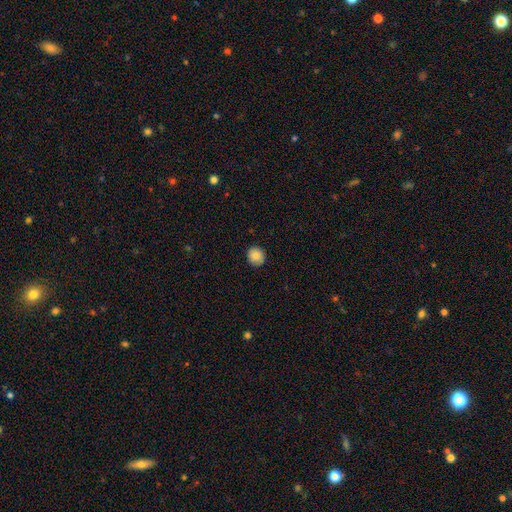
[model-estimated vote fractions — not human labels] The model was most divided on "smooth or featured": smooth: 86%, star or artifact: 9%, featured or disk: 5%. More confident: merging — none (89%); how rounded — round (89%).